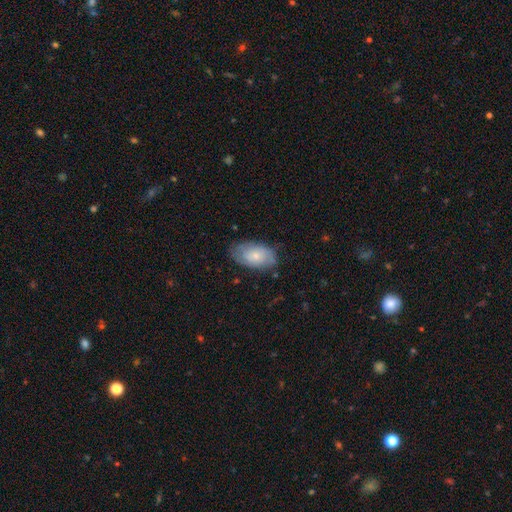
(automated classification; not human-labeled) smooth-or-featured: smooth: 63% | featured or disk: 31% | star or artifact: 7%
  how-rounded: in between: 92% | round: 6% | cigar-shaped: 2%
  merging: none: 70% | minor disturbance: 23% | major disturbance: 6% | merger: 1%